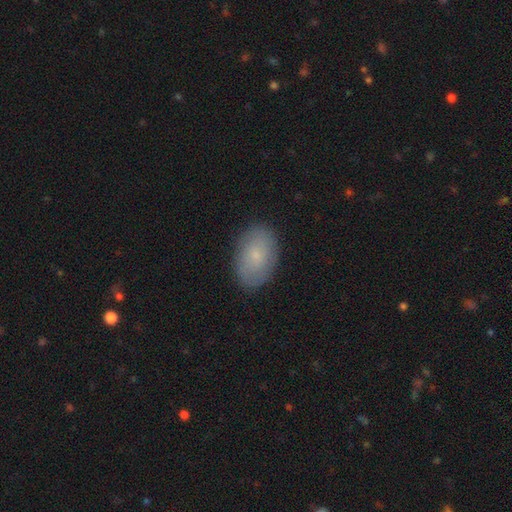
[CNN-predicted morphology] This is likely a smooth galaxy (70%). How rounded: clearly in between (90%). Merging: clearly none (86%).